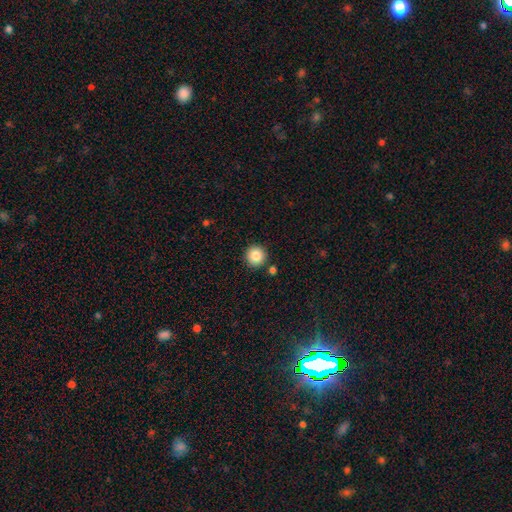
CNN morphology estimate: Smooth or featured? smooth (86%)
How rounded? round (95%)
Merging? none (88%)